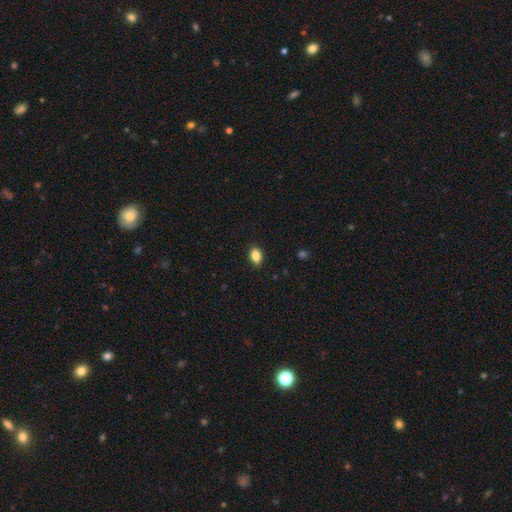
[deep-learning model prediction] Smooth or featured? smooth (86%)
How rounded? in between (86%)
Merging? none (88%)